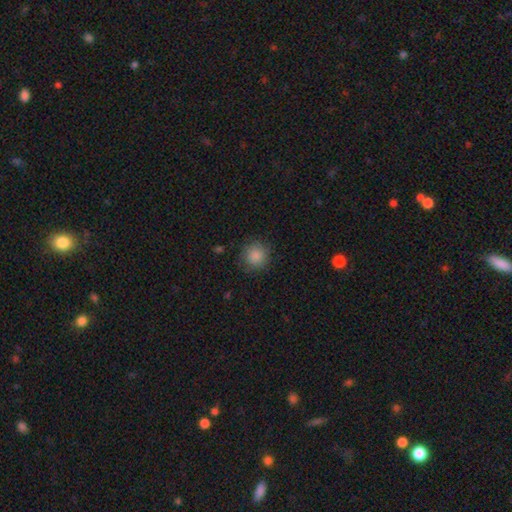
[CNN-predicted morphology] This appears to be a smooth galaxy with no disk features (87%) that is round (93%). Merging: none (85%).